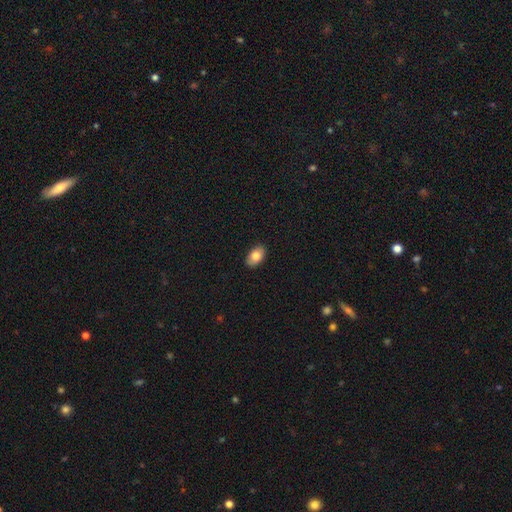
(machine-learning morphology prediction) This is likely a smooth galaxy (79%). How rounded: clearly in between (91%). Merging: clearly none (88%).